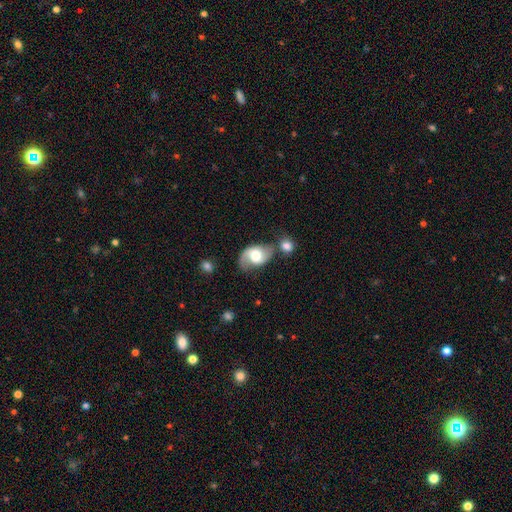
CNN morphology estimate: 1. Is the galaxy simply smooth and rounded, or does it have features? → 66% featured or disk, 27% smooth, 6% star or artifact.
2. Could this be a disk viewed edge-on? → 96% no, 4% yes.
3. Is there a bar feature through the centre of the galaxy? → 48% no, 41% weak, 11% strong.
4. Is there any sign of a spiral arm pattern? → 88% yes, 12% no.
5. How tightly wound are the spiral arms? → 48% loose, 40% medium, 12% tight.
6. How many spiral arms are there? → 83% 2, 10% 1, 5% can't tell, 1% 3, 1% more than 4, 1% 4.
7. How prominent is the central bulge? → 51% moderate, 35% large, 8% small, 4% dominant, 2% none.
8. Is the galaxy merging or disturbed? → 46% none, 23% merger, 21% minor disturbance, 10% major disturbance.